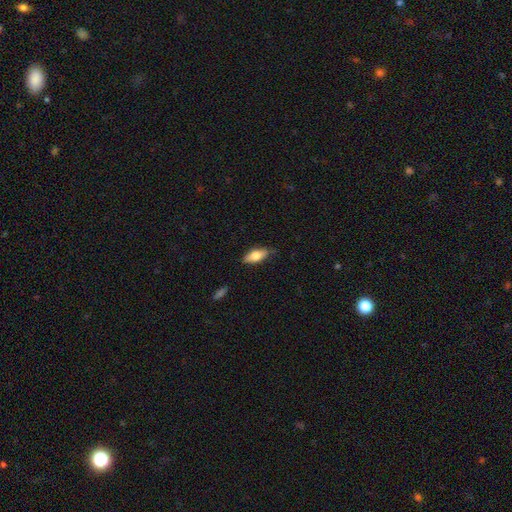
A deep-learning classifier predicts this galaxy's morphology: Smooth or featured? Predicted: smooth (p=0.69). How rounded? Predicted: in between (p=0.76). Merging? Predicted: none (p=0.75).